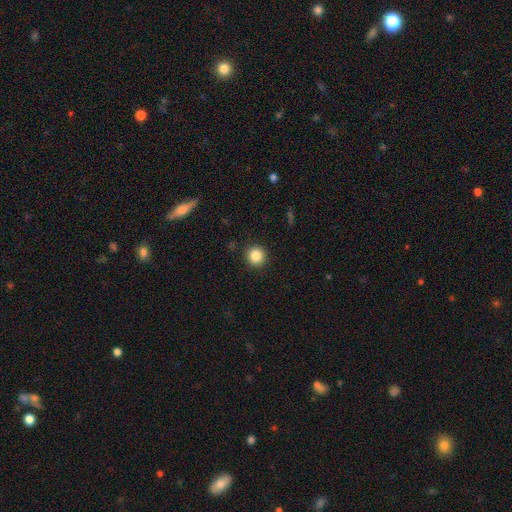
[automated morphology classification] type=smooth (86%); roundness=round (94%); merging=none (91%).